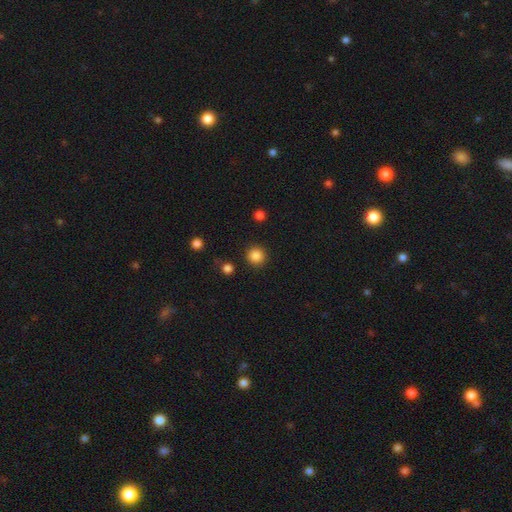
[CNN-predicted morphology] Smooth or featured?
  - smooth: 86% *
  - star or artifact: 11%
  - featured or disk: 3%
How rounded?
  - round: 95% *
  - in between: 5%
  - cigar-shaped: 1%
Merging?
  - none: 91% *
  - minor disturbance: 5%
  - major disturbance: 2%
  - merger: 2%